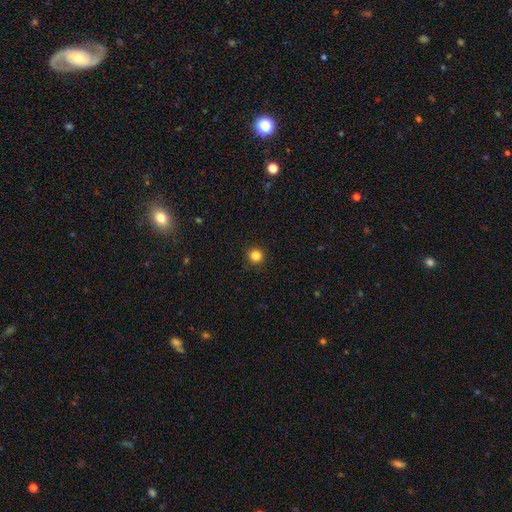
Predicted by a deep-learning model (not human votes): smooth 84%, star or artifact 12%, featured or disk 4%. Down the decision tree: how rounded — round (95%); merging — none (93%).